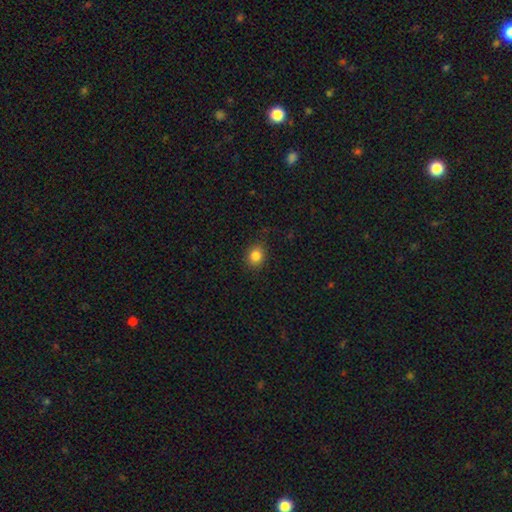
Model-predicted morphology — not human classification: smooth-or-featured: smooth: 84% | star or artifact: 11% | featured or disk: 5%
  how-rounded: round: 69% | in between: 30% | cigar-shaped: 1%
  merging: none: 84% | minor disturbance: 12% | major disturbance: 3% | merger: 1%